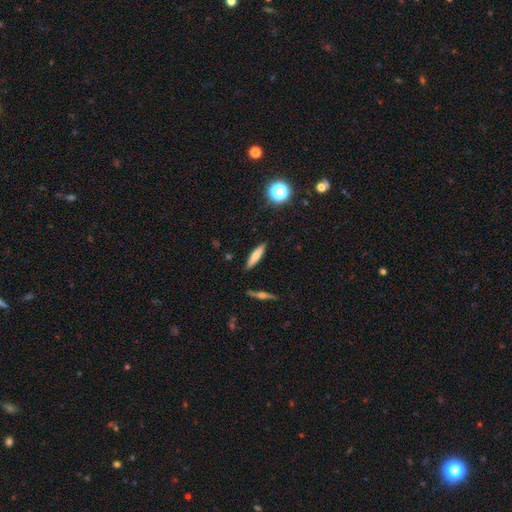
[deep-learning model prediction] Smooth or featured?
  - smooth: 68% *
  - featured or disk: 23%
  - star or artifact: 9%
How rounded?
  - cigar-shaped: 78% *
  - in between: 19%
  - round: 3%
Merging?
  - none: 88% *
  - minor disturbance: 8%
  - merger: 2%
  - major disturbance: 2%